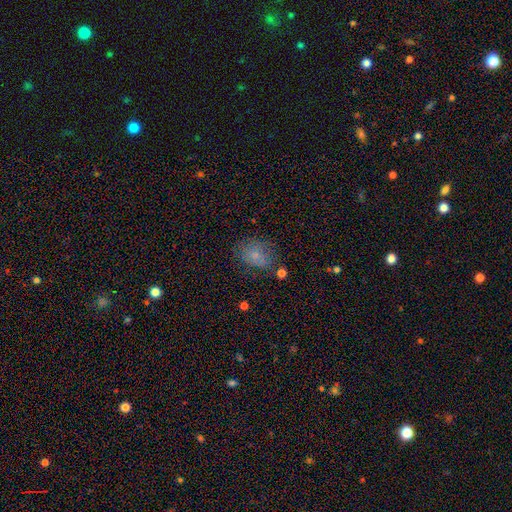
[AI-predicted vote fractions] This appears to be a smooth galaxy with no disk features (73%) that is in between round and cigar-shaped (64%). Merging: none (65%).